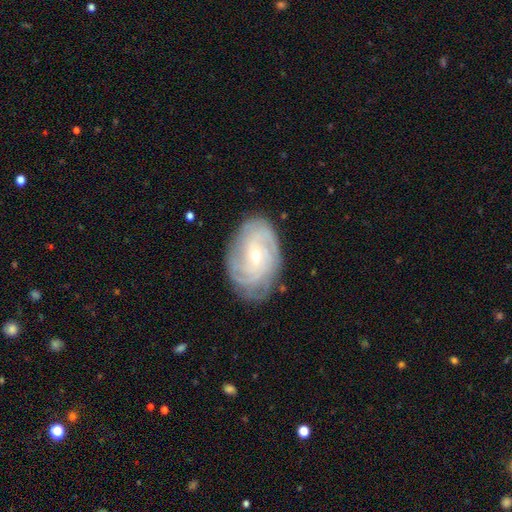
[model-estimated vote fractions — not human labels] smooth_or_featured: featured or disk (p=0.83) [alt: smooth p=0.11]
disk_edge_on: no (p=0.96) [alt: yes p=0.04]
bar: no (p=0.47) [alt: weak p=0.42]
has_spiral_arms: yes (p=0.95) [alt: no p=0.05]
spiral_winding: tight (p=0.71) [alt: medium p=0.23]
spiral_arm_count: can't tell (p=0.37) [alt: 4 p=0.20]
bulge_size: small (p=0.66) [alt: moderate p=0.31]
merging: none (p=0.78) [alt: minor disturbance p=0.16]